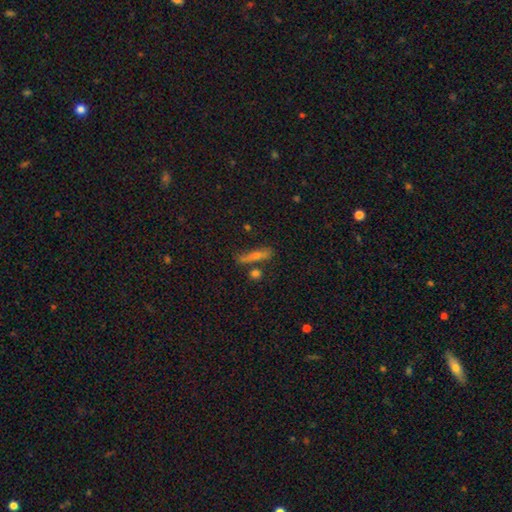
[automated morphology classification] Smooth or featured? Predicted: smooth (p=0.49). Merging? Predicted: none (p=0.72).